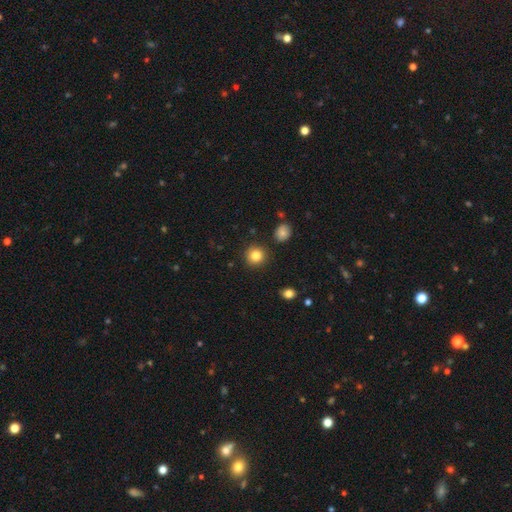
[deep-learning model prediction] smooth_or_featured: smooth (p=0.84) [alt: star or artifact p=0.10]
how_rounded: round (p=0.93) [alt: in between p=0.06]
merging: none (p=0.90) [alt: minor disturbance p=0.06]